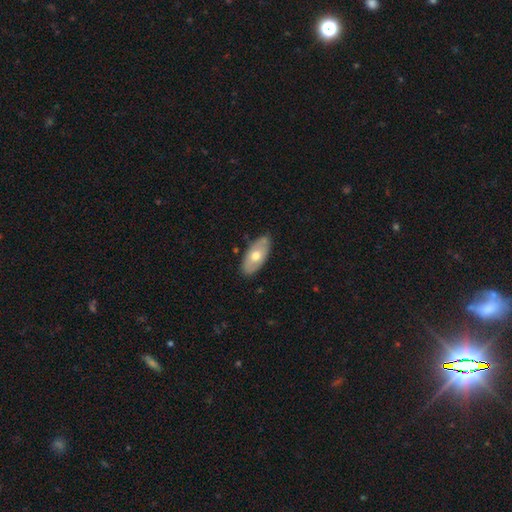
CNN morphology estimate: A smooth galaxy with no disk features (54%) that is in between round and cigar-shaped (91%).

Vote fractions:
- Smooth or featured? smooth: 54% / featured or disk: 41% / star or artifact: 5%
- How rounded? in between: 91% / cigar-shaped: 6% / round: 3%
- Merging? none: 81% / minor disturbance: 15% / major disturbance: 3% / merger: 1%